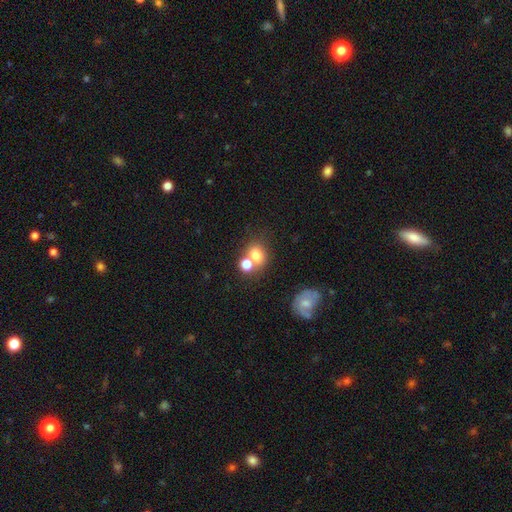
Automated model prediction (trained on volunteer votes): This appears to be a smooth galaxy with no disk features (73%) that is round (51%). Merging: merger (43%).